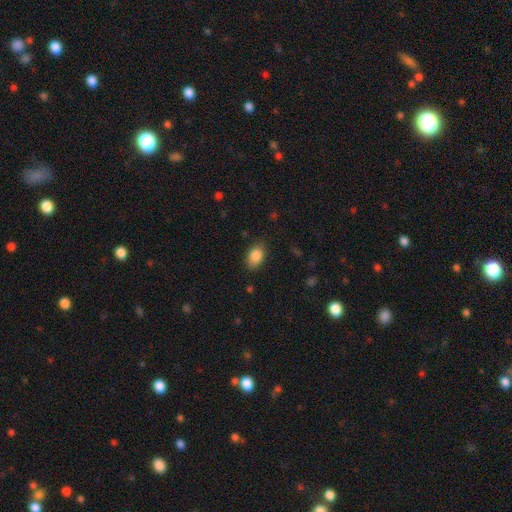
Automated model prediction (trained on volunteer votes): A smooth galaxy with no disk features (87%) that is in between round and cigar-shaped (87%). Merging: none (82%).